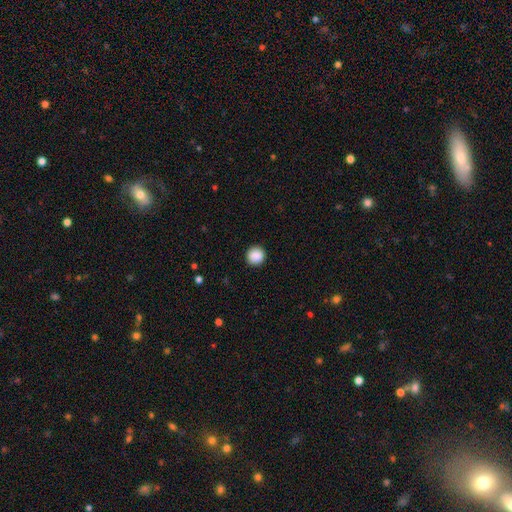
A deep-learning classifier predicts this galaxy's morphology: Overall: smooth (89%). How rounded: round (94%). Merging: none (92%).